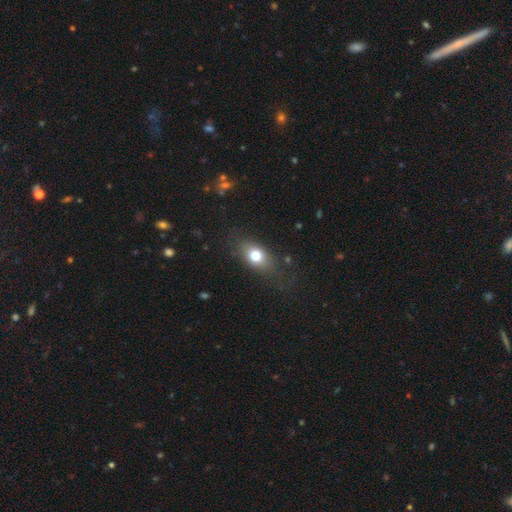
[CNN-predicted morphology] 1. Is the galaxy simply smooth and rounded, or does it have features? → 73% smooth, 17% featured or disk, 10% star or artifact.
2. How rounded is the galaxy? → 73% in between, 23% round, 4% cigar-shaped.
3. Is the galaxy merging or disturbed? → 77% none, 15% minor disturbance, 7% major disturbance, 1% merger.